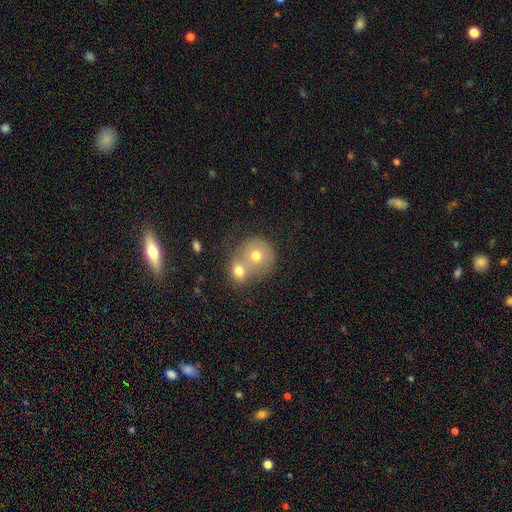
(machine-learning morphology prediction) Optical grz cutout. It shows a smooth galaxy with no disk features (57%) that is round (83%). Merging: merger (52%).